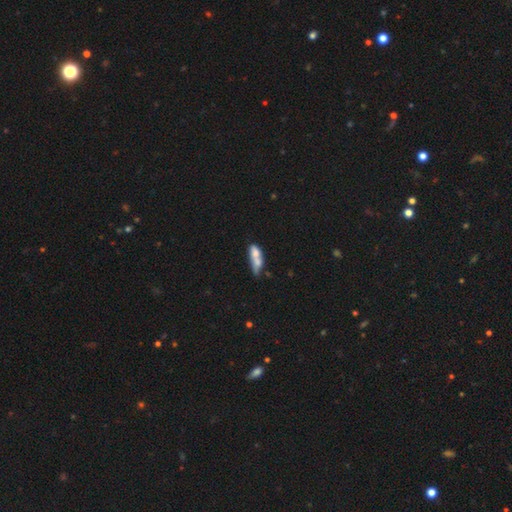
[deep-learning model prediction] Smooth or featured? smooth (60%)
How rounded? in between (61%)
Merging? merger (49%)